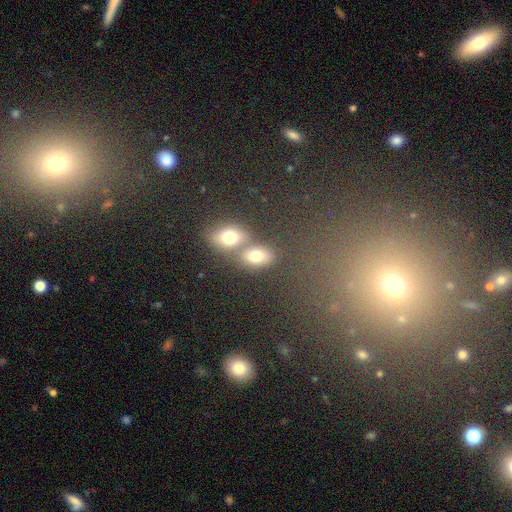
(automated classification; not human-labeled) smooth 47%, star or artifact 41%, featured or disk 11%. Down the decision tree: merging — none (77%).